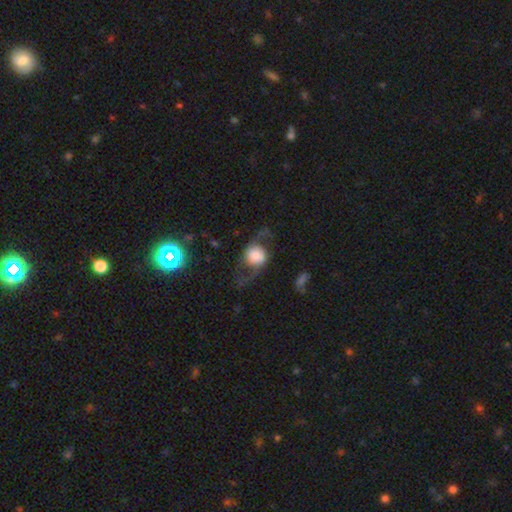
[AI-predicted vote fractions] Morphology: type=featured or disk (59%); edge-on=no (92%); bar=no (69%); spiral arms=yes (84%); bulge=dominant (36%); merging=none (57%).